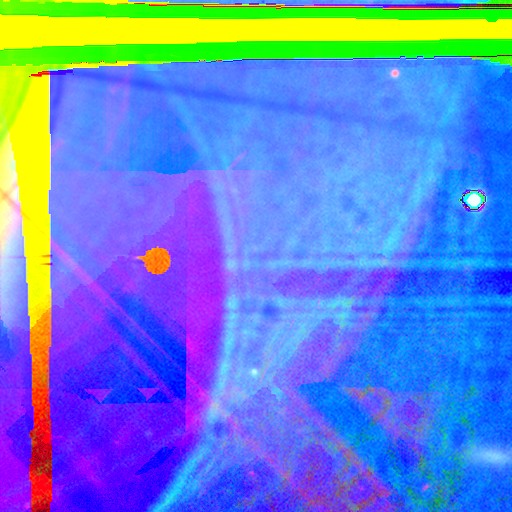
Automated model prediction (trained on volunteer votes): Smooth or featured? Predicted: star or artifact (p=0.88).